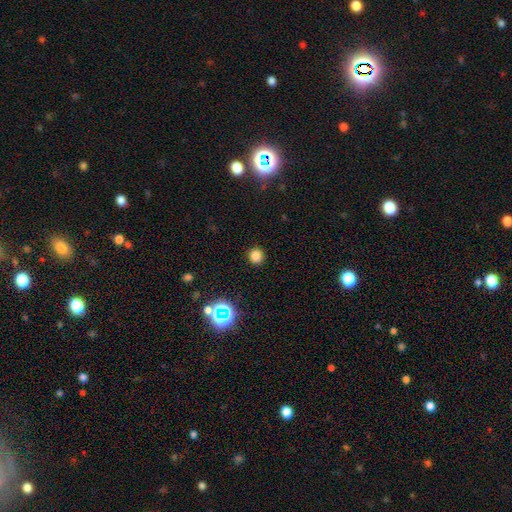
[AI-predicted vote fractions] This appears to be a smooth galaxy with no disk features (79%) that is round (92%). Merging: none (92%).